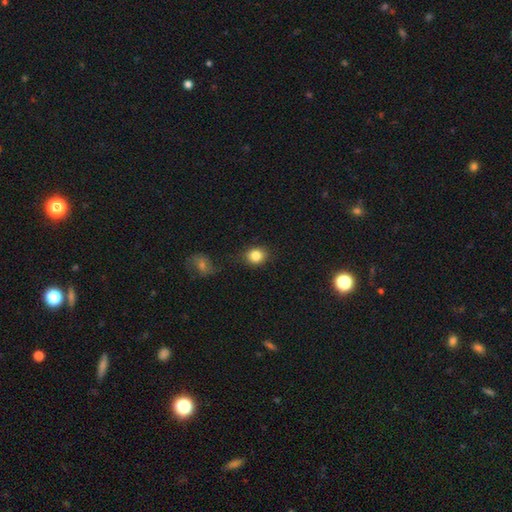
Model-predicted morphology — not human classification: A smooth galaxy with no disk features (84%) that is round (71%).

Vote fractions:
- Smooth or featured? smooth: 84% / star or artifact: 10% / featured or disk: 6%
- How rounded? round: 71% / in between: 28% / cigar-shaped: 1%
- Merging? none: 78% / minor disturbance: 14% / merger: 4% / major disturbance: 4%